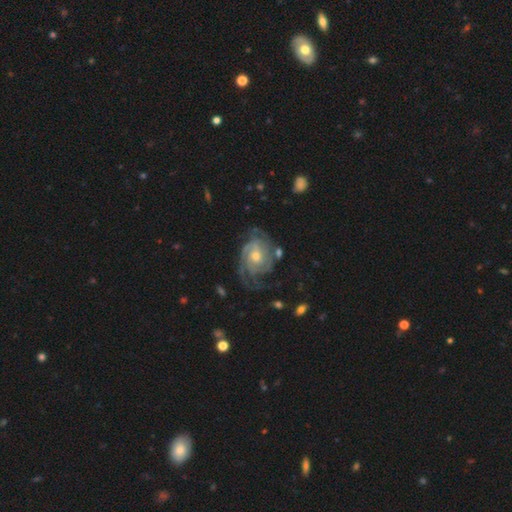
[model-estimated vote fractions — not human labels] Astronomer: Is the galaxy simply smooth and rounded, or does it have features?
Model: featured or disk — 90%.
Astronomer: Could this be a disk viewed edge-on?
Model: no — 98%.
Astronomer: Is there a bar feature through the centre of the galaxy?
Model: no — 63%.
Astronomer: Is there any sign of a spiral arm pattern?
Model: yes — 97%.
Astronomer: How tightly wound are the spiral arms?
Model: tight — 67%.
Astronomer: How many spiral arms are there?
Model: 3 — 30% (runner-up: 2, 25%).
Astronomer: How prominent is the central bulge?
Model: moderate — 53% (runner-up: small, 43%).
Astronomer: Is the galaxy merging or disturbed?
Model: none — 63%.